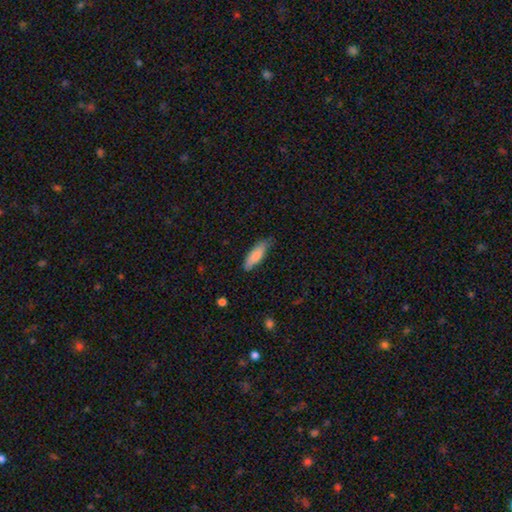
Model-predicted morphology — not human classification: smooth 84%, featured or disk 11%, star or artifact 6%. Down the decision tree: how rounded — cigar-shaped (50%); merging — none (74%).